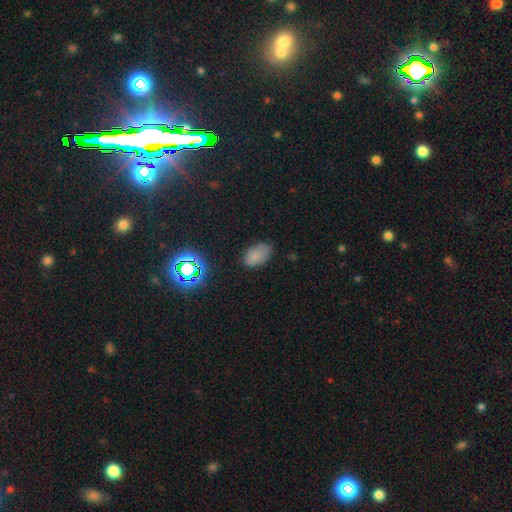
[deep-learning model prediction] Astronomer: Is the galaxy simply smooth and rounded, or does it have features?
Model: smooth — 75%.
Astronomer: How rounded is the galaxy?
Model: in between — 91%.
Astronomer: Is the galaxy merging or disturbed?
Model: none — 68%.